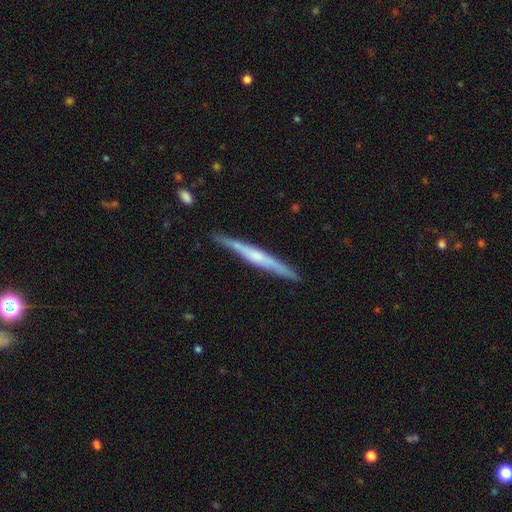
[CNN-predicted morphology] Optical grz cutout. It shows a featured or disk galaxy (66%) viewed edge-on (97%) with a rounded central bulge (57%). Merging: none (87%).